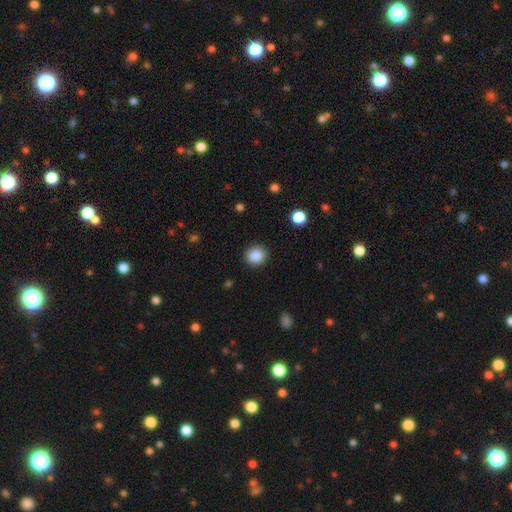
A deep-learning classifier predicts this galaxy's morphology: smooth 87%, star or artifact 9%, featured or disk 3%. Down the decision tree: how rounded — round (87%); merging — none (89%).